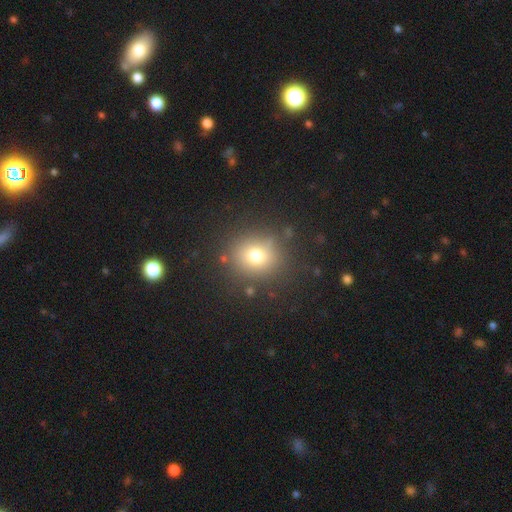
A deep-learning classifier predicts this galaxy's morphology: Smooth or featured? Predicted: smooth (p=0.72). How rounded? Predicted: round (p=0.82). Merging? Predicted: none (p=0.83).